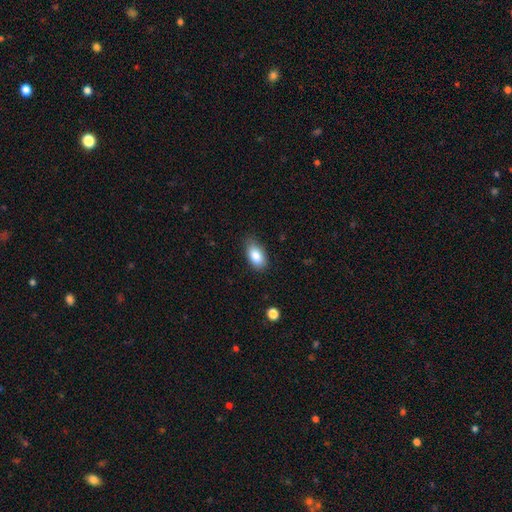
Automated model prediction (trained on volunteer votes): smooth 87%, star or artifact 7%, featured or disk 6%. Down the decision tree: how rounded — in between (92%); merging — none (77%).